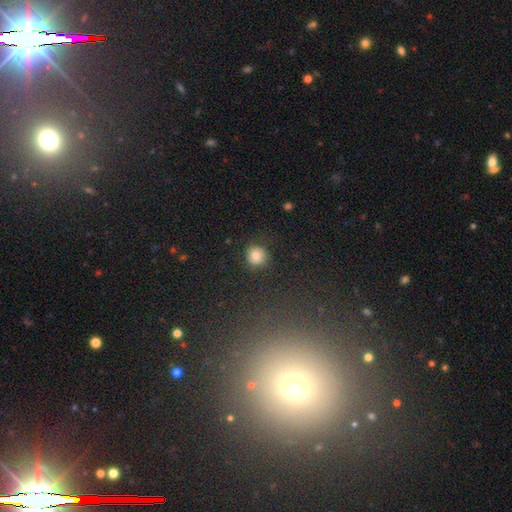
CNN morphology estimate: This appears to be a smooth galaxy with no disk features (81%) that is round (91%). Merging: none (83%).